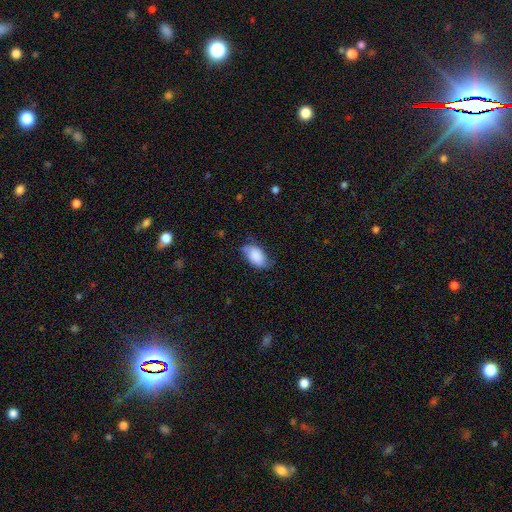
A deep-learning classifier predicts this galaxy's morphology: Smooth or featured?
  - smooth: 74% *
  - featured or disk: 18%
  - star or artifact: 8%
How rounded?
  - in between: 93% *
  - round: 5%
  - cigar-shaped: 2%
Merging?
  - none: 54% *
  - minor disturbance: 33%
  - major disturbance: 11%
  - merger: 2%